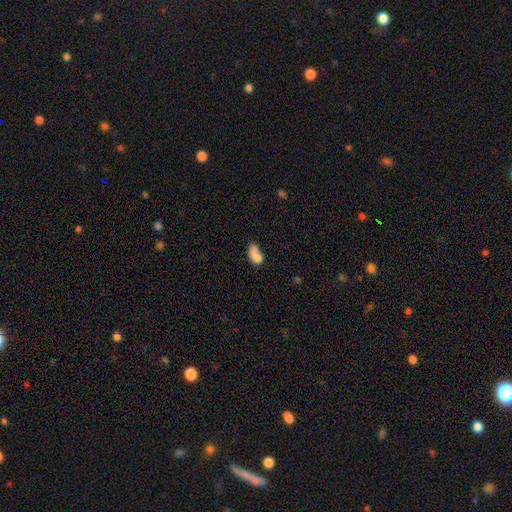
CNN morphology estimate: Smooth or featured: smooth — 75% (featured or disk — 15%)
How rounded: in between — 84% (round — 12%)
Merging: merger — 31% (none — 29%)